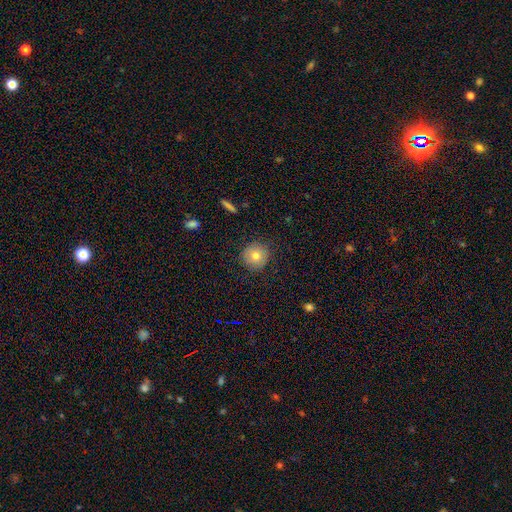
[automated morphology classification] smooth-or-featured: smooth: 76% | featured or disk: 14% | star or artifact: 10%
  how-rounded: round: 93% | in between: 6% | cigar-shaped: 1%
  merging: none: 86% | minor disturbance: 11% | major disturbance: 3% | merger: 1%